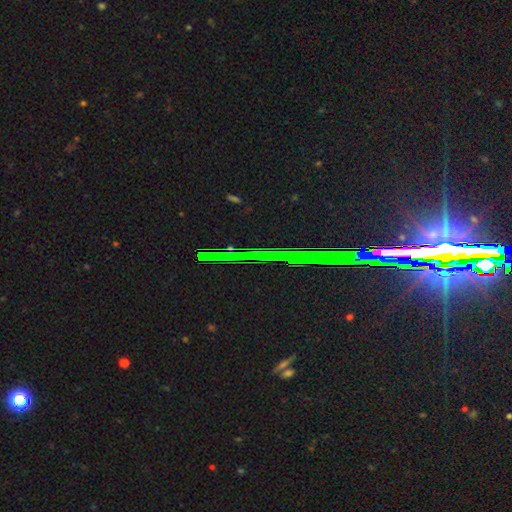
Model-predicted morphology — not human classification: Q: Smooth or featured?
A: star or artifact (84%); runner-up: featured or disk (10%)